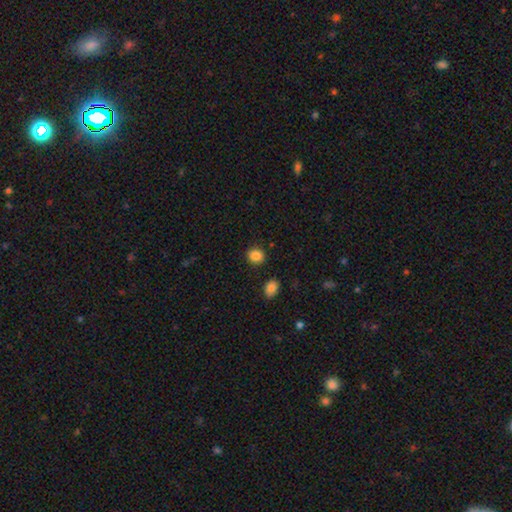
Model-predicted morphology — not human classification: This appears to be a smooth galaxy with no disk features (87%) that is round (78%). Merging: none (88%).